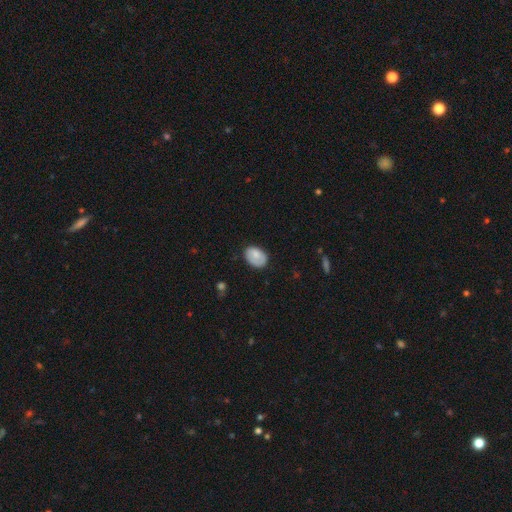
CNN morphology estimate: Smooth or featured? smooth (78%)
How rounded? in between (78%)
Merging? none (72%)